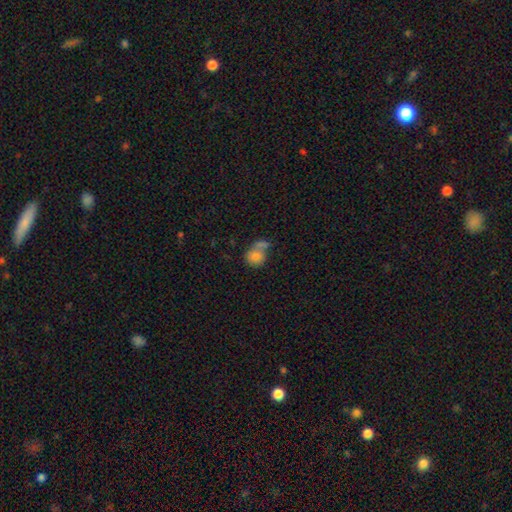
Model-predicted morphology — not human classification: smooth-or-featured: smooth: 77% | featured or disk: 13% | star or artifact: 10%
  how-rounded: round: 75% | in between: 24% | cigar-shaped: 1%
  merging: merger: 41% | none: 38% | minor disturbance: 13% | major disturbance: 8%